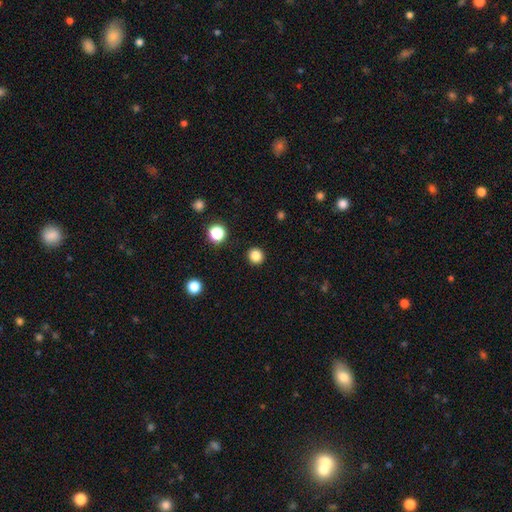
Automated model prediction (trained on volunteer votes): A smooth galaxy with no disk features (84%) that is round (94%). Merging: none (92%).